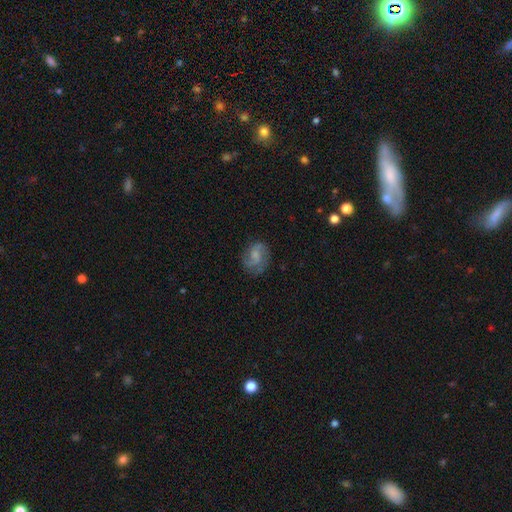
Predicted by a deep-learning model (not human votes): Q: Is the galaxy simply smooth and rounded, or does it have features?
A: featured or disk — 53%.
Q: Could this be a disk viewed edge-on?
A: no — 97%.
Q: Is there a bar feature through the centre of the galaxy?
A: no — 54%.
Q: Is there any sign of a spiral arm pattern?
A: yes — 82%.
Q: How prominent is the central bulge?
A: none — 35%.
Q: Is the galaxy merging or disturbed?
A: none — 64%.